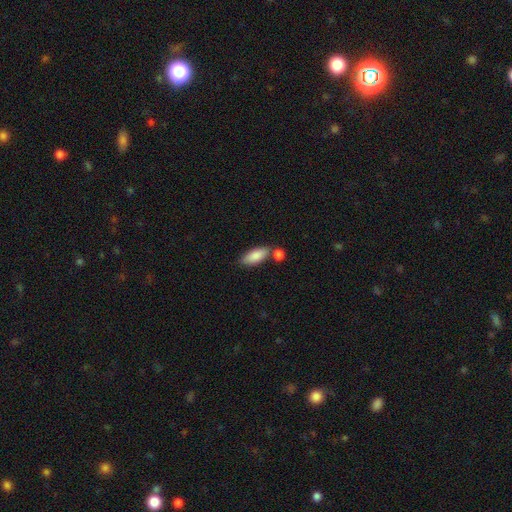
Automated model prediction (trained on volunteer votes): Morphology: type=smooth (85%); roundness=in between (81%); merging=none (62%).